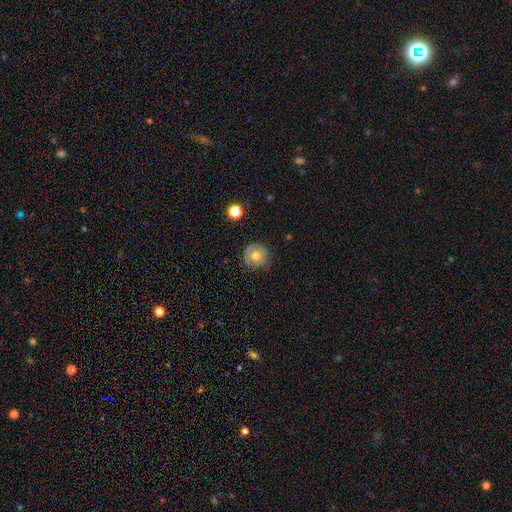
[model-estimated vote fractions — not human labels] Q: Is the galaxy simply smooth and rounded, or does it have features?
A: smooth — 65%.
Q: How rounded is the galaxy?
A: round — 92%.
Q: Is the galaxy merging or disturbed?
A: none — 75%.